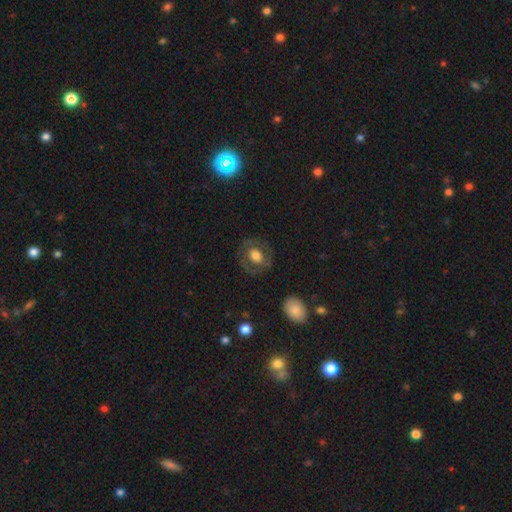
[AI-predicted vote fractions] smooth 52%, featured or disk 41%, star or artifact 7%. Down the decision tree: how rounded — round (55%); merging — none (78%).